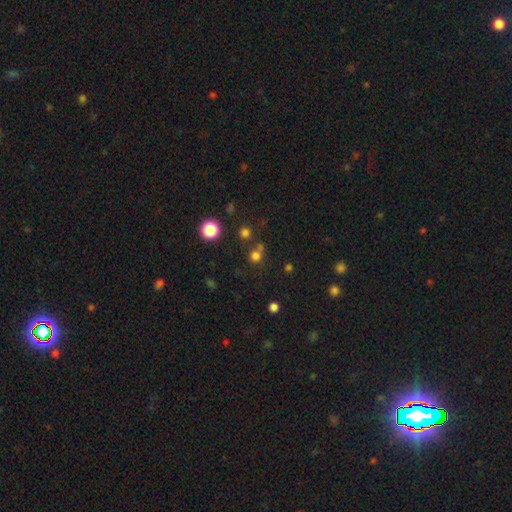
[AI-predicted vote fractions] Smooth or featured?
  - smooth: 71% *
  - star or artifact: 23%
  - featured or disk: 7%
How rounded?
  - round: 89% *
  - in between: 10%
  - cigar-shaped: 1%
Merging?
  - none: 64% *
  - merger: 20%
  - minor disturbance: 10%
  - major disturbance: 5%